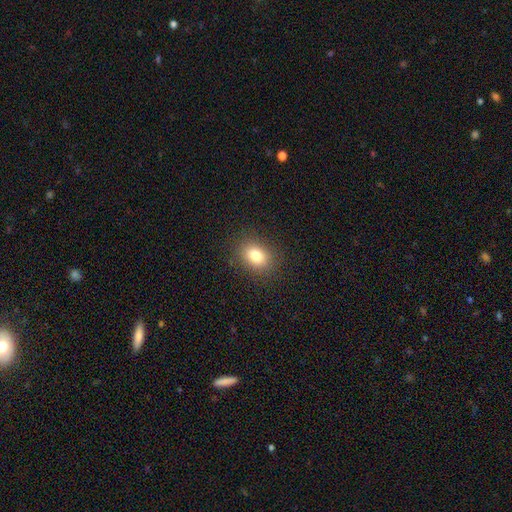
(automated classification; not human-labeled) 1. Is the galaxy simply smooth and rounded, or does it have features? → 81% smooth, 11% star or artifact, 8% featured or disk.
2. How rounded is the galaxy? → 59% in between, 40% round, 1% cigar-shaped.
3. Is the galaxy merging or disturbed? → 87% none, 9% minor disturbance, 3% major disturbance, 1% merger.